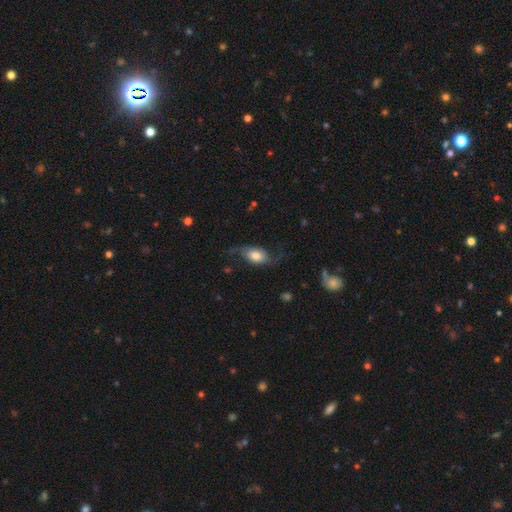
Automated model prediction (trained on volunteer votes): Smooth or featured: featured or disk — 55% (smooth — 37%)
Edge-on disk: no — 92% (yes — 8%)
Bar: no — 66% (weak — 26%)
Spiral arms: yes — 89% (no — 11%)
Bulge size: moderate — 43% (large — 31%)
Merging: none — 58% (minor disturbance — 21%)